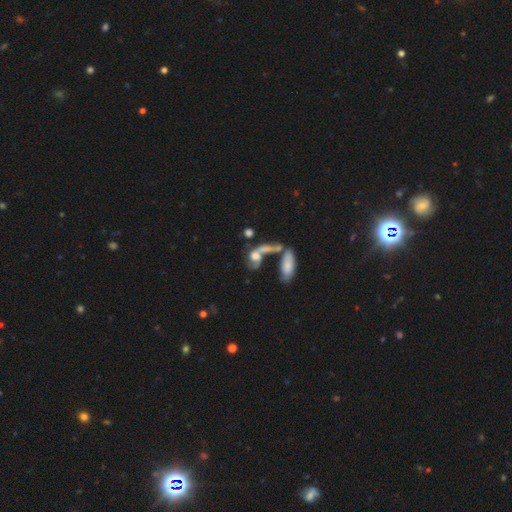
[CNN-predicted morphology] Overall: featured or disk (49%; smooth 39%). Merging: merger (53%; major disturbance 19%).